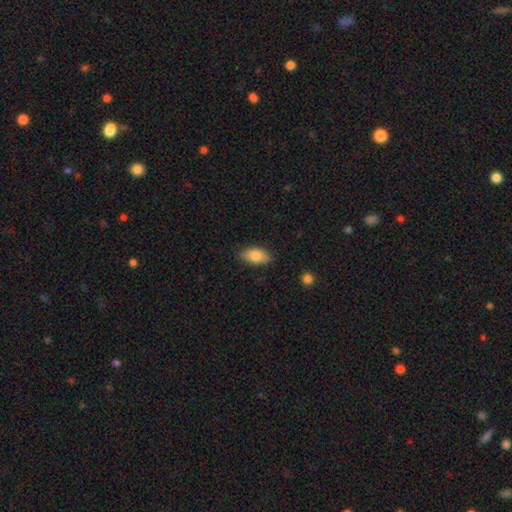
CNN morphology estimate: Smooth or featured?
  - smooth: 83% *
  - featured or disk: 10%
  - star or artifact: 7%
How rounded?
  - in between: 92% *
  - cigar-shaped: 4%
  - round: 4%
Merging?
  - none: 84% *
  - minor disturbance: 12%
  - major disturbance: 2%
  - merger: 1%